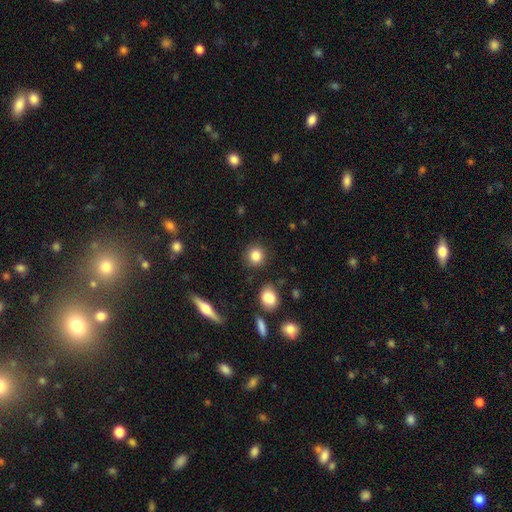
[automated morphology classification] Smooth or featured?
  - smooth: 85% *
  - star or artifact: 10%
  - featured or disk: 6%
How rounded?
  - round: 87% *
  - in between: 12%
  - cigar-shaped: 1%
Merging?
  - none: 87% *
  - minor disturbance: 8%
  - major disturbance: 3%
  - merger: 2%